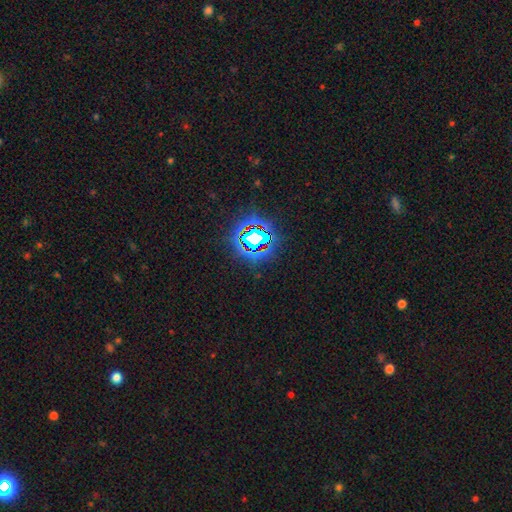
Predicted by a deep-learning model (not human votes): A star or artifact, not a galaxy (81%).